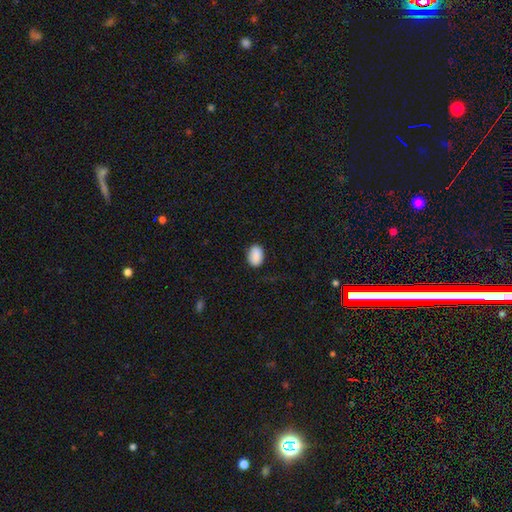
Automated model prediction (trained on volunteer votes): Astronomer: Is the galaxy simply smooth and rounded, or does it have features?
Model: smooth — 89%.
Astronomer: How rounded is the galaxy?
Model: in between — 83%.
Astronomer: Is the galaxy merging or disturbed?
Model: none — 81%.